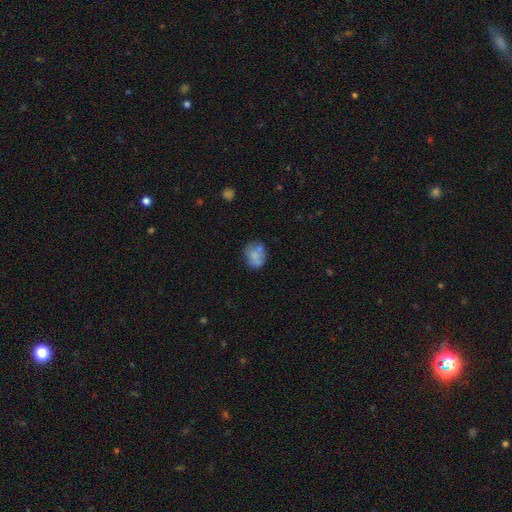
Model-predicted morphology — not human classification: Smooth or featured: smooth — 62% (featured or disk — 29%)
How rounded: round — 51% (in between — 48%)
Merging: none — 51% (minor disturbance — 24%)